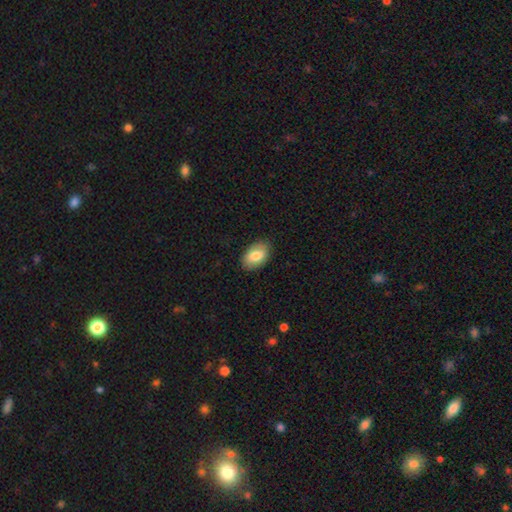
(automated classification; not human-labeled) Morphology: type=smooth (81%); roundness=in between (92%); merging=none (86%).